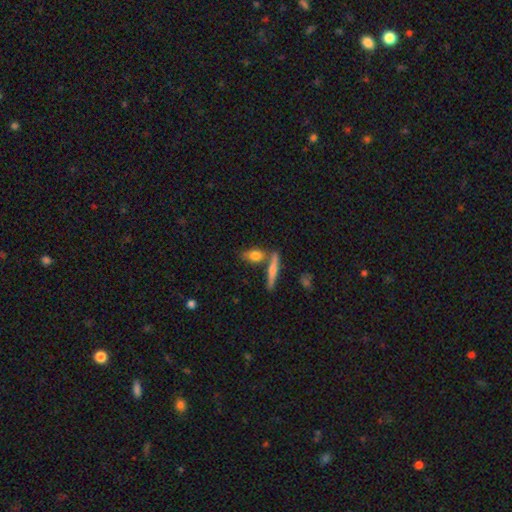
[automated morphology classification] Overall: smooth (69%). How rounded: in between (56%; cigar-shaped 30%). Merging: none (61%; merger 22%).